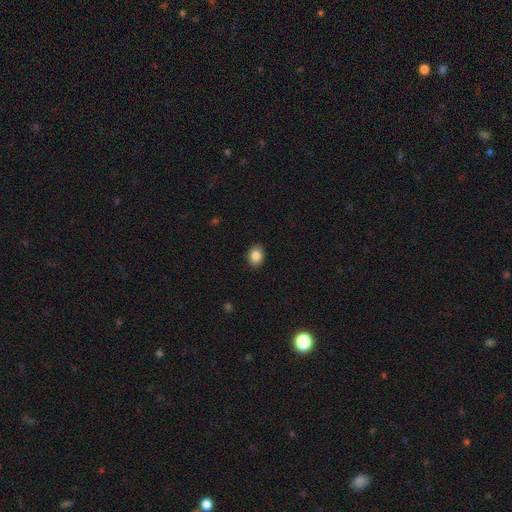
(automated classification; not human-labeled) Smooth or featured: smooth — 86% (star or artifact — 8%)
How rounded: in between — 66% (round — 33%)
Merging: none — 89% (minor disturbance — 8%)